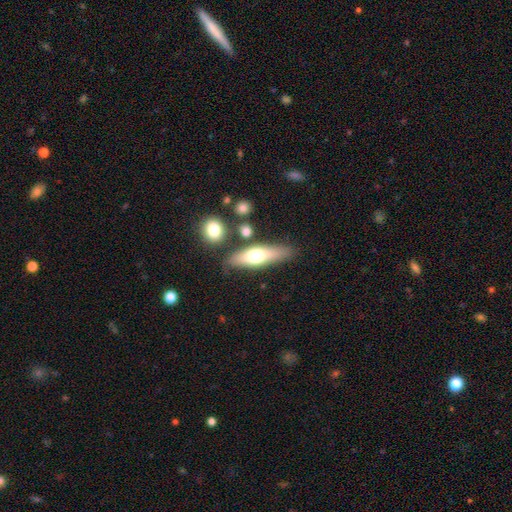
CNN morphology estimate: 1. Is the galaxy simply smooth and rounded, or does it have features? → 55% smooth, 39% featured or disk, 6% star or artifact.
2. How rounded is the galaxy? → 58% cigar-shaped, 39% in between, 3% round.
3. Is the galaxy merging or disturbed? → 73% none, 14% minor disturbance, 9% merger, 4% major disturbance.